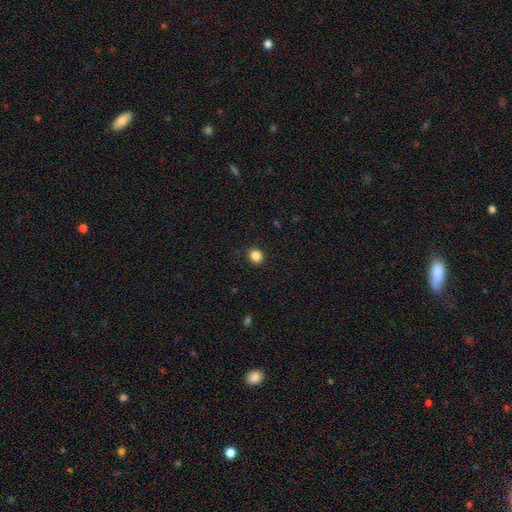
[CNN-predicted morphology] Smooth or featured? smooth (86%)
How rounded? round (74%)
Merging? none (91%)